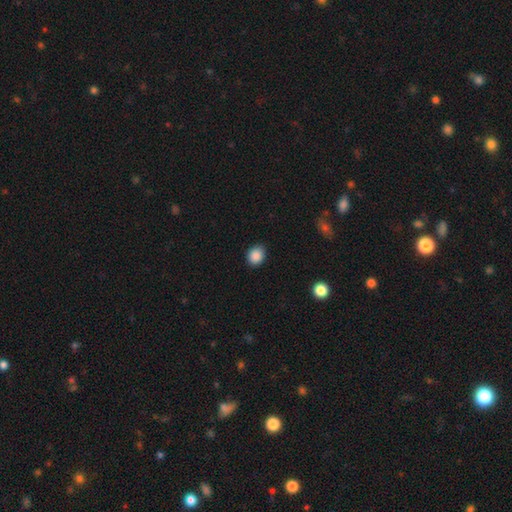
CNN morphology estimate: smooth 88%, star or artifact 9%, featured or disk 3%. Down the decision tree: how rounded — round (58%); merging — none (86%).